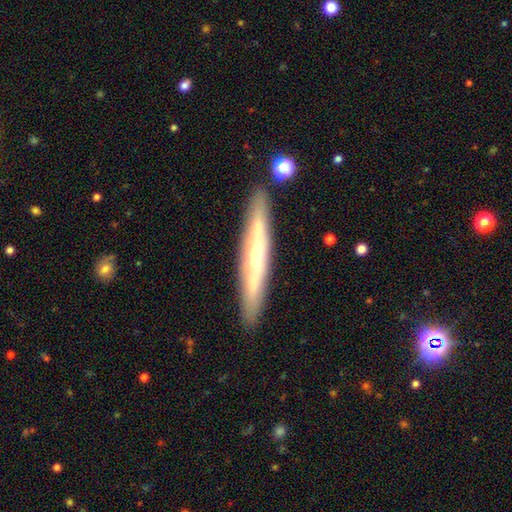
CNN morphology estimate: This is possibly a featured or disk galaxy (59%). It is clearly viewed edge-on (85%). Edge-on bulge: likely rounded (65%). Merging: clearly none (88%).